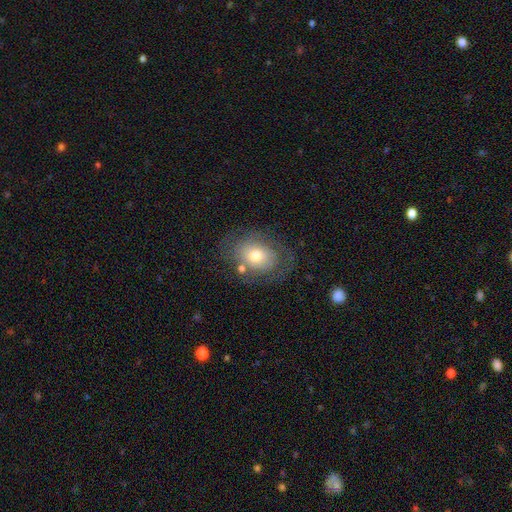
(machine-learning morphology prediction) A smooth galaxy with no disk features (51%) that is in between round and cigar-shaped (61%).

Vote fractions:
- Smooth or featured? smooth: 51% / featured or disk: 39% / star or artifact: 9%
- How rounded? in between: 61% / round: 38% / cigar-shaped: 1%
- Merging? none: 64% / minor disturbance: 20% / major disturbance: 12% / merger: 5%